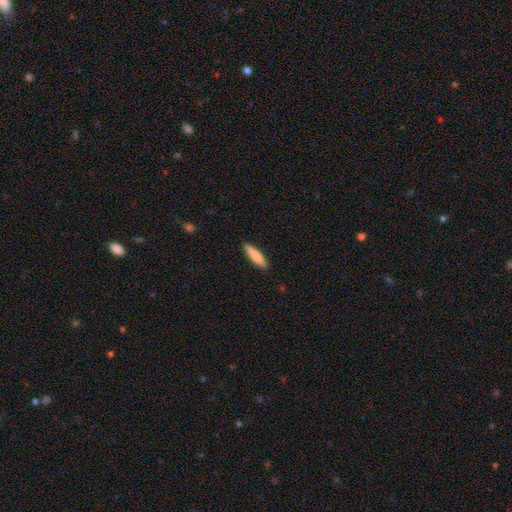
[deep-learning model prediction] Smooth or featured?
  - smooth: 78% *
  - featured or disk: 17%
  - star or artifact: 5%
How rounded?
  - cigar-shaped: 76% *
  - in between: 22%
  - round: 2%
Merging?
  - none: 91% *
  - minor disturbance: 7%
  - major disturbance: 1%
  - merger: 1%